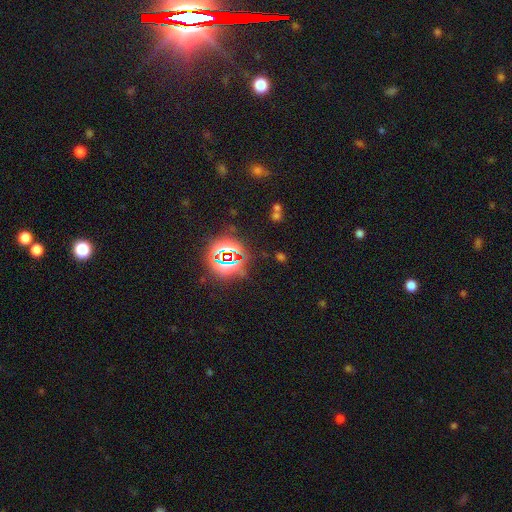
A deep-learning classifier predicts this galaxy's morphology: Q: Smooth or featured?
A: star or artifact (77%); runner-up: smooth (15%)